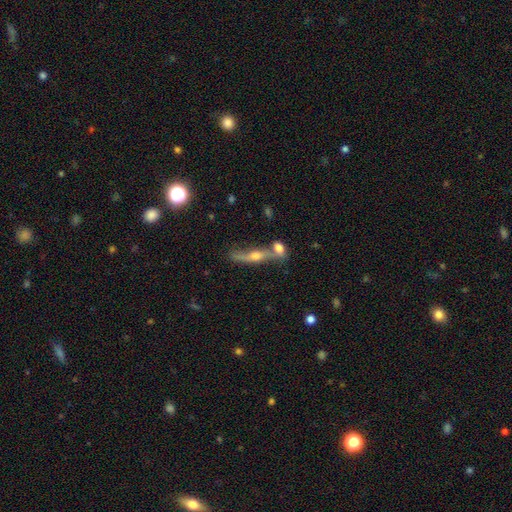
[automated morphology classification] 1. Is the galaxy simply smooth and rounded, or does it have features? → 64% featured or disk, 27% smooth, 10% star or artifact.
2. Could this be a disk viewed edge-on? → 86% yes, 14% no.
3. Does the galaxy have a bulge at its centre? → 92% rounded, 5% none, 4% boxy.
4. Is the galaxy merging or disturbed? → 51% none, 31% merger, 13% minor disturbance, 6% major disturbance.